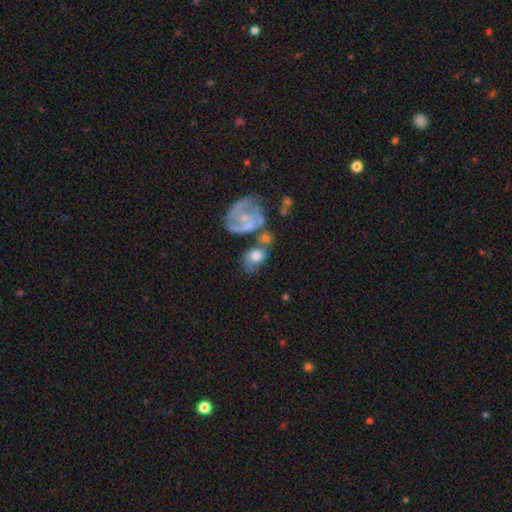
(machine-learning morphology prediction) Smooth or featured: smooth — 56% (featured or disk — 35%)
How rounded: in between — 62% (round — 36%)
Merging: none — 33% (merger — 31%)